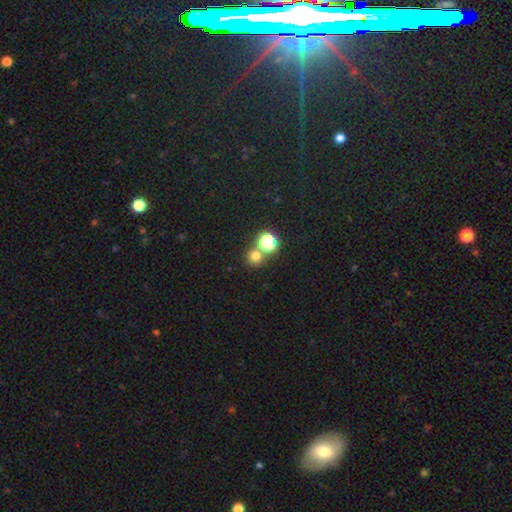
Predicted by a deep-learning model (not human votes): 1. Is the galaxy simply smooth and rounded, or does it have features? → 72% smooth, 22% star or artifact, 6% featured or disk.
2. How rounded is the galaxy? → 91% round, 8% in between, 1% cigar-shaped.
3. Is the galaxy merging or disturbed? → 67% none, 24% merger, 6% minor disturbance, 3% major disturbance.